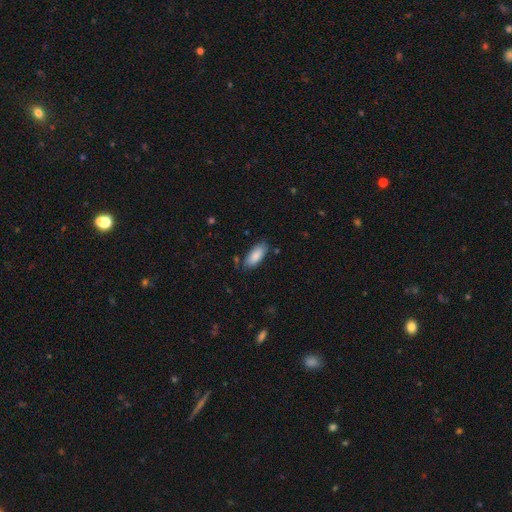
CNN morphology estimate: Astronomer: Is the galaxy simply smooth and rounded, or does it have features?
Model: smooth — 86%.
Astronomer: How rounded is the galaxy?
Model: in between — 86%.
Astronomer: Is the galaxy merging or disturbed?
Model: none — 78%.